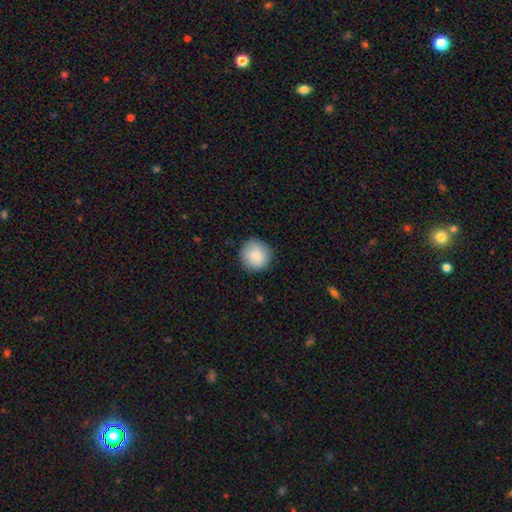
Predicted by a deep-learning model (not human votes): This appears to be a smooth galaxy with no disk features (88%) that is round (93%). Merging: none (88%).